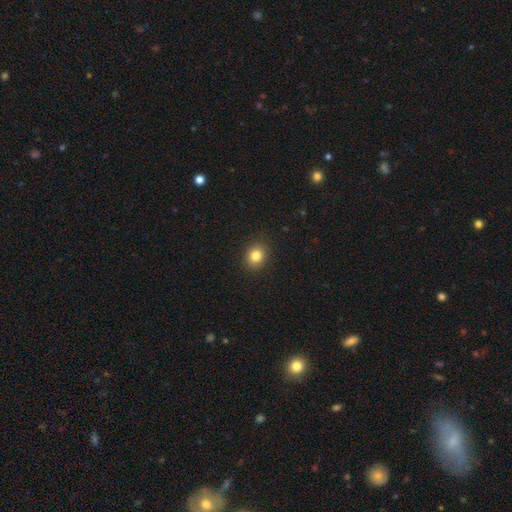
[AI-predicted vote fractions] A smooth galaxy with no disk features (82%) that is round (67%). Merging: none (90%).